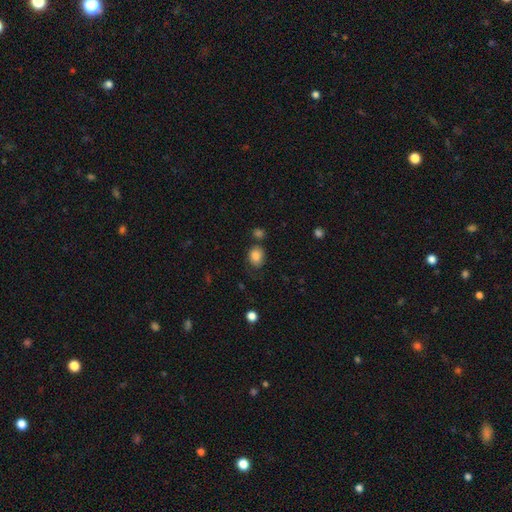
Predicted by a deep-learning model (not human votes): smooth_or_featured: smooth (p=0.84) [alt: star or artifact p=0.09]
how_rounded: in between (p=0.51) [alt: round p=0.48]
merging: none (p=0.62) [alt: minor disturbance p=0.22]